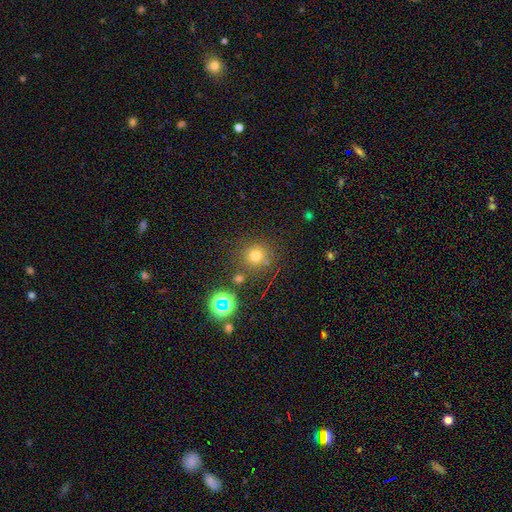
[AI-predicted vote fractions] smooth-or-featured: smooth: 71% | star or artifact: 21% | featured or disk: 8%
  how-rounded: round: 92% | in between: 7% | cigar-shaped: 1%
  merging: none: 77% | minor disturbance: 10% | merger: 9% | major disturbance: 4%